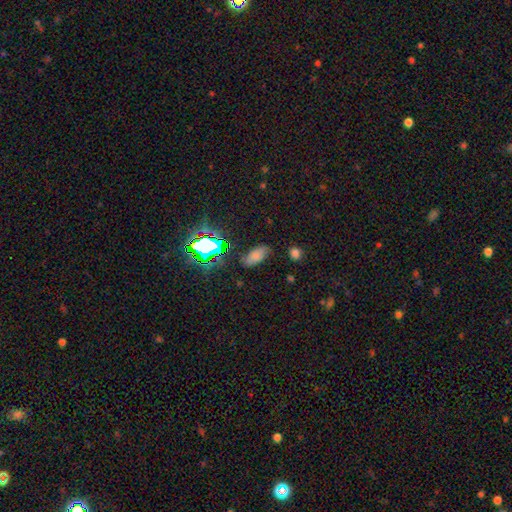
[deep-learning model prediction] Morphology: type=smooth (64%); roundness=in between (89%); merging=none (73%).